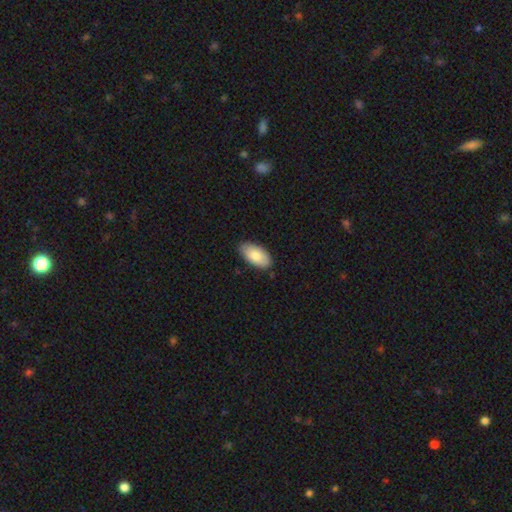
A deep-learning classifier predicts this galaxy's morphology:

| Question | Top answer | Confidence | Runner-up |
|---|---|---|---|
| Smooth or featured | smooth | 83% | featured or disk (12%) |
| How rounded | in between | 95% | cigar-shaped (3%) |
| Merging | none | 84% | minor disturbance (13%) |